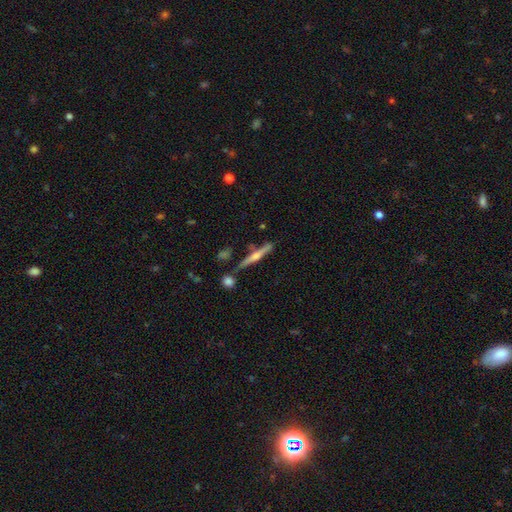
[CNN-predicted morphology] Smooth or featured? Predicted: featured or disk (p=0.72). Edge-on disk? Predicted: yes (p=0.97). Edge-on bulge? Predicted: rounded (p=0.83). Merging? Predicted: none (p=0.80).